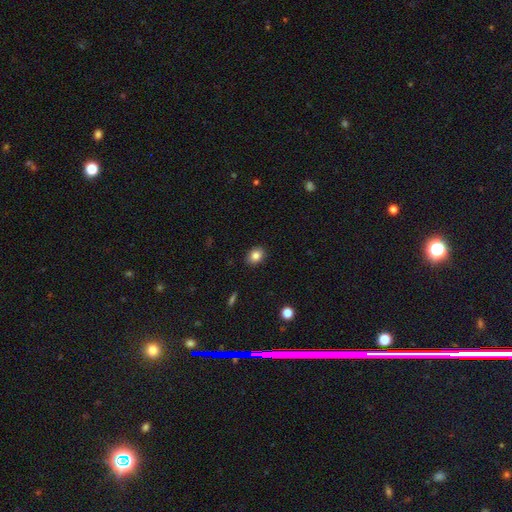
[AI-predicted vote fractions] Smooth or featured: smooth — 83% (star or artifact — 9%)
How rounded: in between — 62% (round — 37%)
Merging: none — 89% (minor disturbance — 8%)